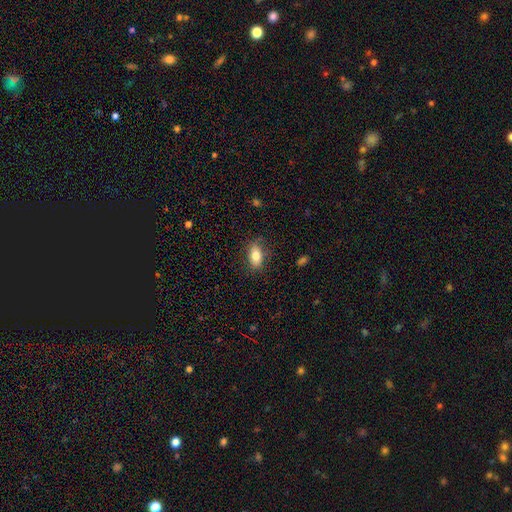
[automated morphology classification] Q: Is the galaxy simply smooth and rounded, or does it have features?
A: smooth — 79%.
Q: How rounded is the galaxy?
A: in between — 86%.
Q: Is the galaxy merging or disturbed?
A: none — 82%.